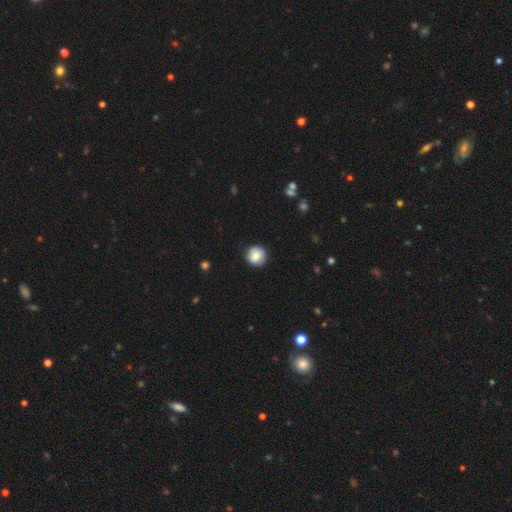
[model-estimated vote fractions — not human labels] Q: Smooth or featured?
A: smooth (81%); runner-up: featured or disk (11%)
Q: How rounded?
A: round (93%); runner-up: in between (6%)
Q: Merging?
A: none (87%); runner-up: minor disturbance (9%)